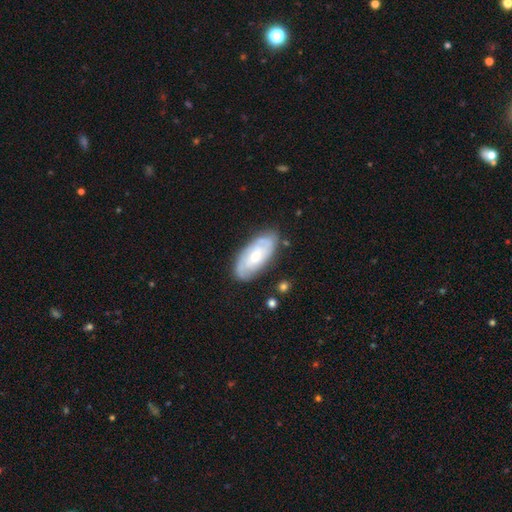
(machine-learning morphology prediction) This is likely a featured or disk galaxy (62%). It is clearly not viewed edge-on (91%). Bar: likely no (62%). Spiral arm pattern: clearly yes (82%). Central bulge: possibly moderate (54%). Merging: likely none (77%).